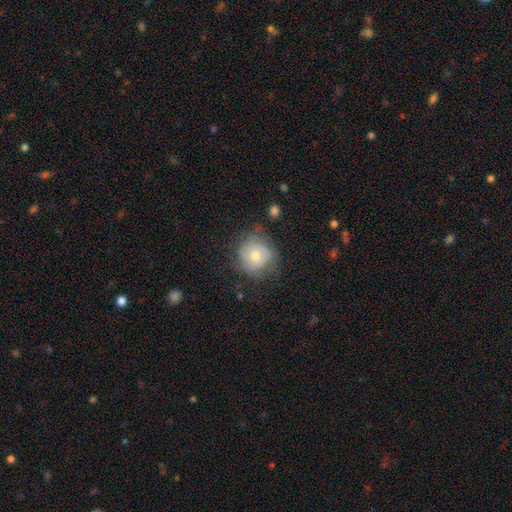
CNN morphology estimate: This is possibly a smooth galaxy (57%). How rounded: clearly round (87%). Merging: likely none (64%).